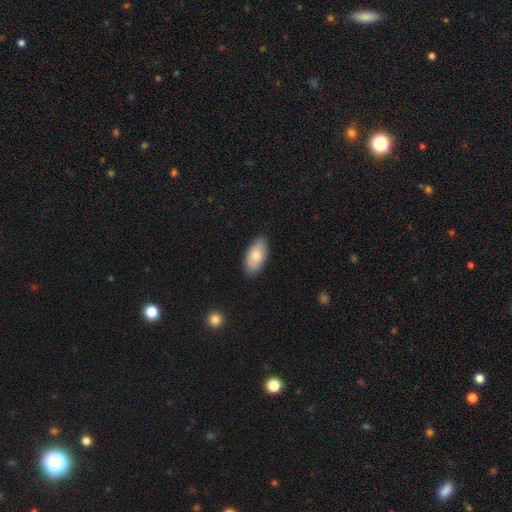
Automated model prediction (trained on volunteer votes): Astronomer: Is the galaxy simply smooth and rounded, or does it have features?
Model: smooth — 78%.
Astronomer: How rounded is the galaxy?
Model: in between — 92%.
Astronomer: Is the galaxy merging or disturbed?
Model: none — 81%.